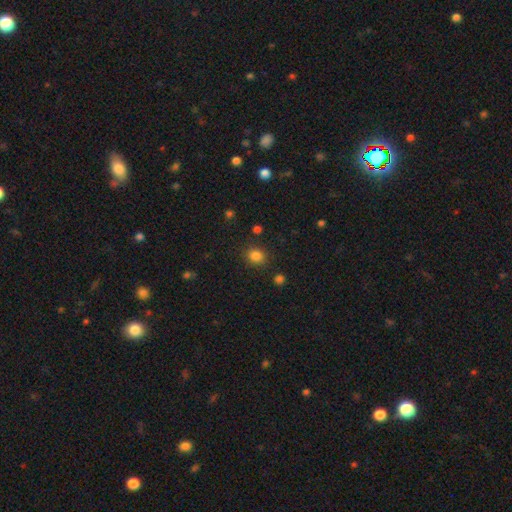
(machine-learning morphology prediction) A smooth galaxy with no disk features (83%) that is round (68%). Merging: none (85%).